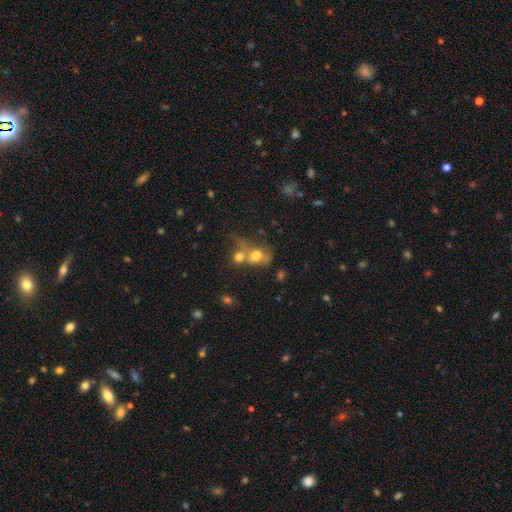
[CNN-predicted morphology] A smooth galaxy with no disk features (63%) that is in between round and cigar-shaped (54%).

Vote fractions:
- Smooth or featured? smooth: 63% / featured or disk: 25% / star or artifact: 12%
- How rounded? in between: 54% / round: 44% / cigar-shaped: 2%
- Merging? merger: 66% / none: 14% / major disturbance: 12% / minor disturbance: 8%